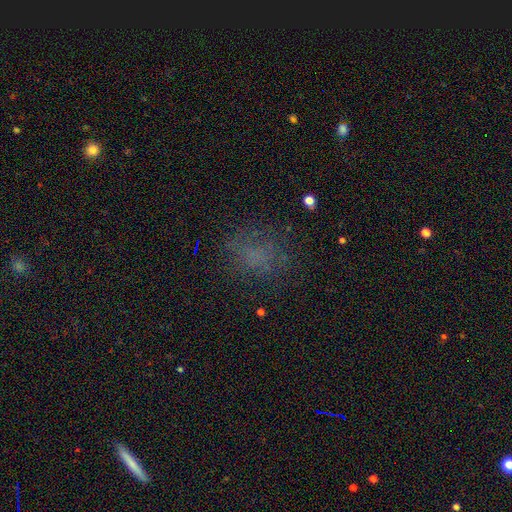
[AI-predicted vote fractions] Smooth or featured? Predicted: smooth (p=0.57). How rounded? Predicted: round (p=0.49, tied with in between). Merging? Predicted: none (p=0.68).